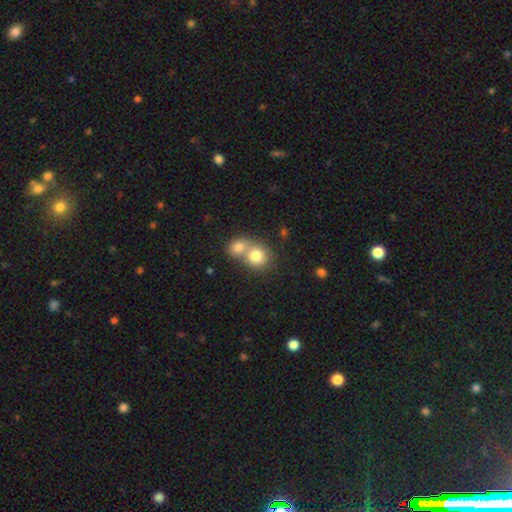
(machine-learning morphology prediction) Smooth or featured: smooth — 78% (featured or disk — 12%)
How rounded: round — 79% (in between — 20%)
Merging: merger — 61% (none — 31%)